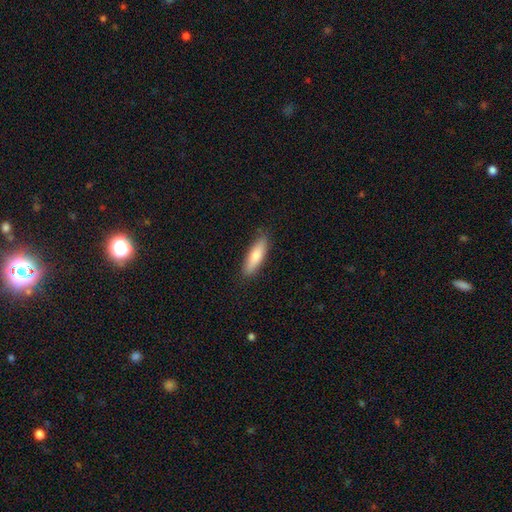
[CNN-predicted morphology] Smooth or featured? Predicted: smooth (p=0.75). How rounded? Predicted: cigar-shaped (p=0.61). Merging? Predicted: none (p=0.86).